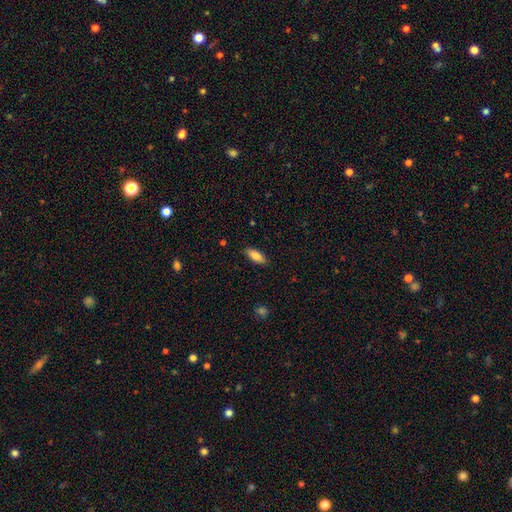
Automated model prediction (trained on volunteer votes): Morphology: type=smooth (83%); roundness=in between (81%); merging=none (88%).